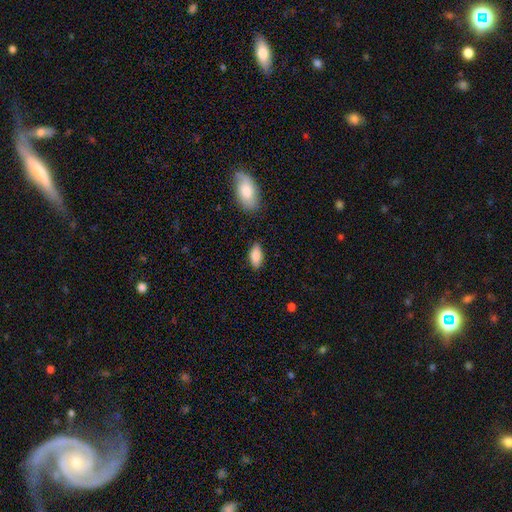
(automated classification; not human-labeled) Overall: smooth (86%). How rounded: in between (87%). Merging: none (85%).